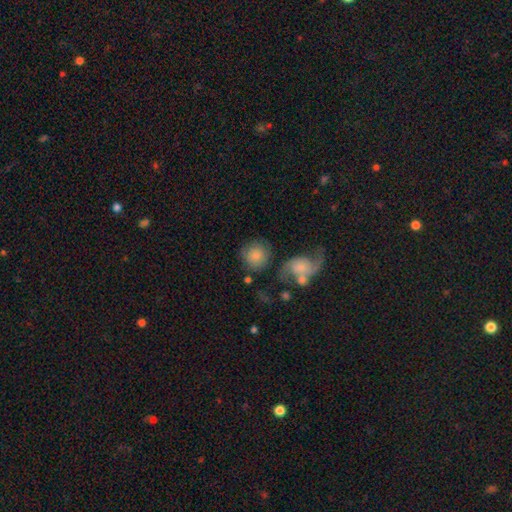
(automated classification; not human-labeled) smooth 75%, featured or disk 17%, star or artifact 8%. Down the decision tree: how rounded — round (86%); merging — none (61%).